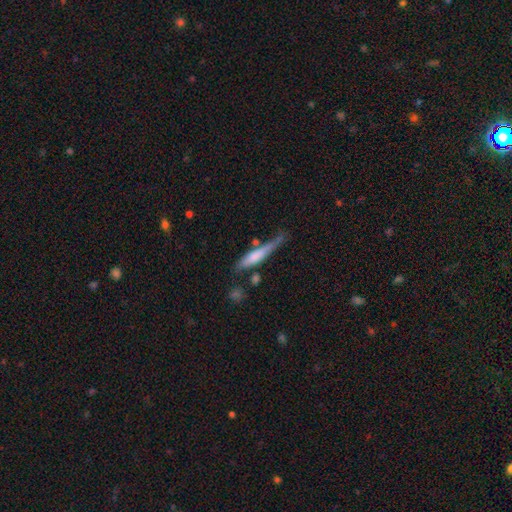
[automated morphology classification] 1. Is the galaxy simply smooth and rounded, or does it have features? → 60% smooth, 34% featured or disk, 6% star or artifact.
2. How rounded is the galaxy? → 87% cigar-shaped, 11% in between, 2% round.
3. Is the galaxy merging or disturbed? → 54% none, 27% minor disturbance, 10% merger, 9% major disturbance.